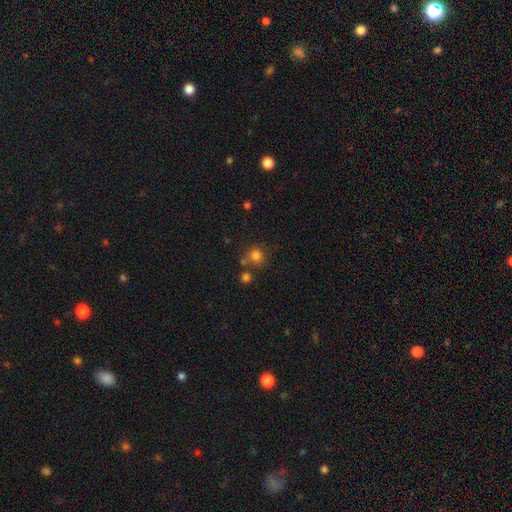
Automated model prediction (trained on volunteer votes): Smooth or featured?
  - smooth: 78% *
  - star or artifact: 14%
  - featured or disk: 8%
How rounded?
  - round: 84% *
  - in between: 16%
  - cigar-shaped: 1%
Merging?
  - none: 62% *
  - merger: 20%
  - minor disturbance: 13%
  - major disturbance: 5%